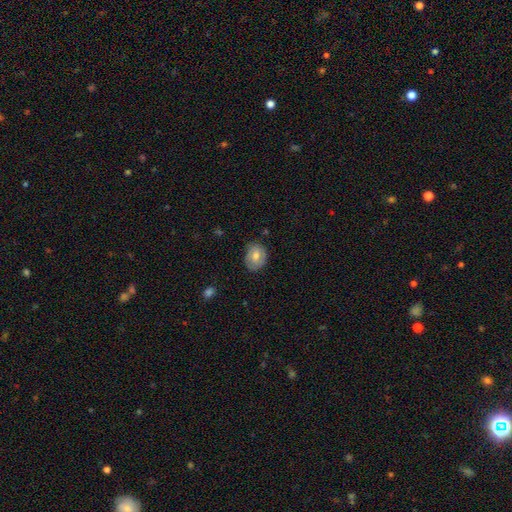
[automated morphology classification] The model was most divided on "how rounded": round: 64%, in between: 35%, cigar-shaped: 1%. More confident: merging — none (78%); smooth or featured — smooth (63%).